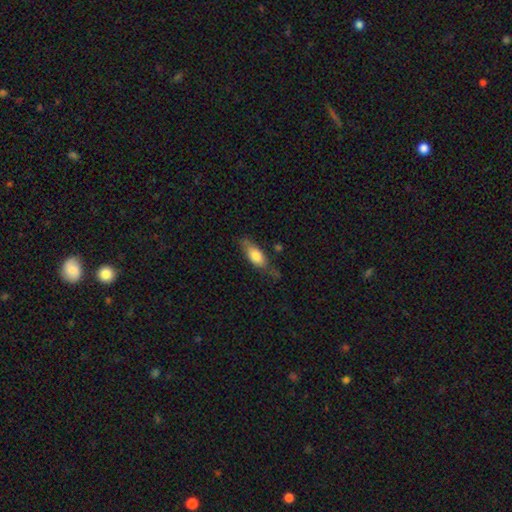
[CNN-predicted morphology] smooth-or-featured: smooth: 72% | featured or disk: 22% | star or artifact: 6%
  how-rounded: in between: 74% | cigar-shaped: 23% | round: 3%
  merging: none: 57% | minor disturbance: 29% | major disturbance: 10% | merger: 4%